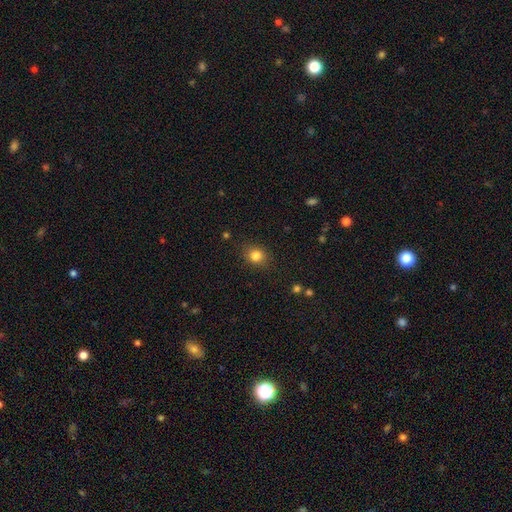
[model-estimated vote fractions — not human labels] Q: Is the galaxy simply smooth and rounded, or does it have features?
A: smooth — 83%.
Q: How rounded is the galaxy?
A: round — 73%.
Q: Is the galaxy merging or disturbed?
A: none — 87%.